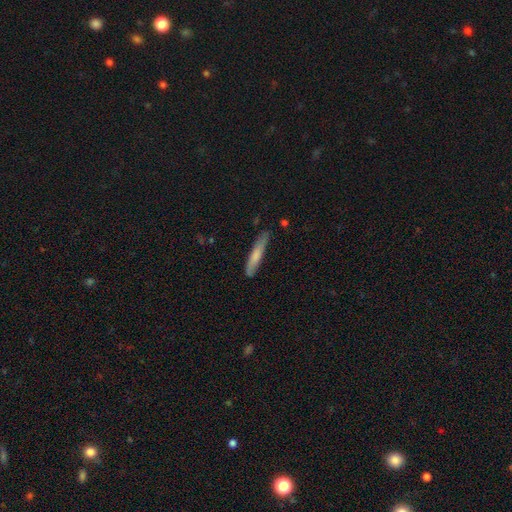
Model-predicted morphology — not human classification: Q: Smooth or featured?
A: smooth (67%); runner-up: featured or disk (27%)
Q: How rounded?
A: cigar-shaped (91%); runner-up: in between (7%)
Q: Merging?
A: none (77%); runner-up: minor disturbance (17%)